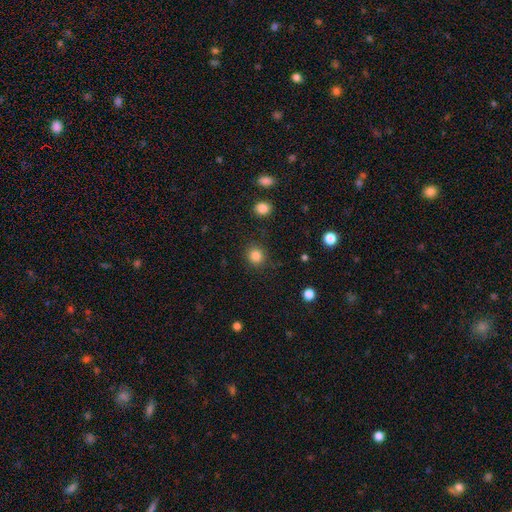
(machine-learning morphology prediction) Smooth or featured: smooth — 85% (star or artifact — 11%)
How rounded: round — 88% (in between — 11%)
Merging: none — 88% (minor disturbance — 7%)